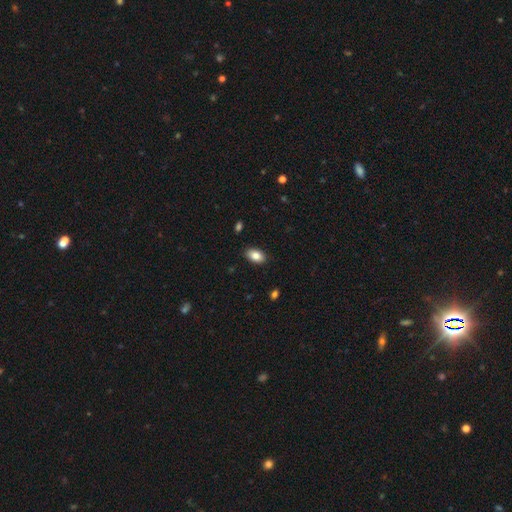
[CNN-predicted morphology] Q: Smooth or featured?
A: smooth (84%); runner-up: featured or disk (8%)
Q: How rounded?
A: in between (92%); runner-up: round (6%)
Q: Merging?
A: none (88%); runner-up: minor disturbance (9%)